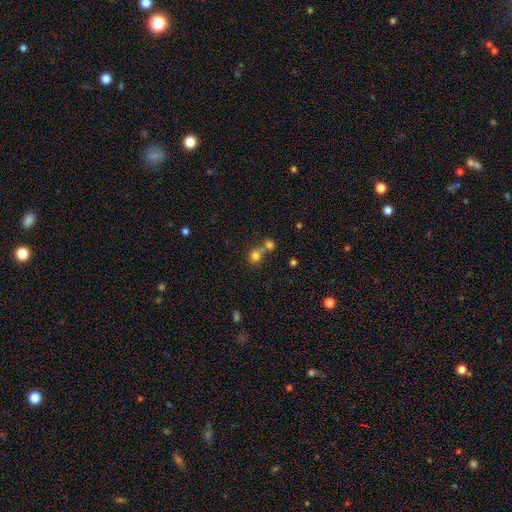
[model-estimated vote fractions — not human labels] The model was most divided on "merging": merger: 48%, none: 42%, minor disturbance: 6%, major disturbance: 3%. More confident: how rounded — round (81%); smooth or featured — smooth (75%).